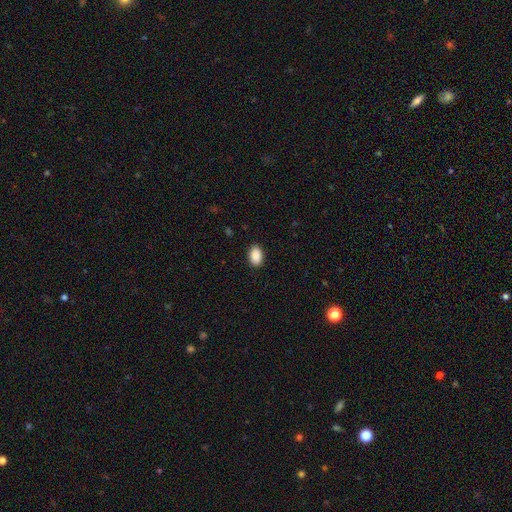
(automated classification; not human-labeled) Q: Smooth or featured?
A: smooth (91%); runner-up: star or artifact (7%)
Q: How rounded?
A: in between (90%); runner-up: round (9%)
Q: Merging?
A: none (89%); runner-up: minor disturbance (8%)